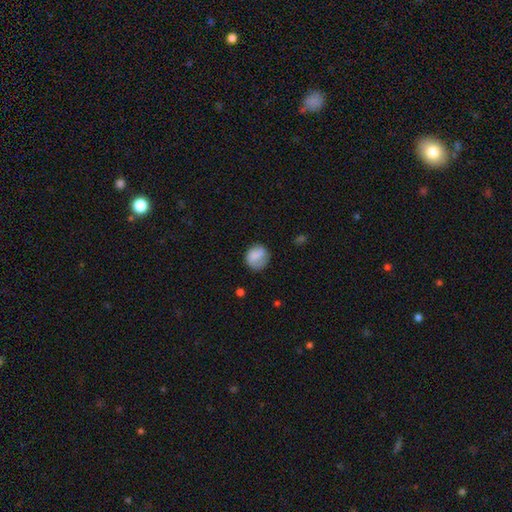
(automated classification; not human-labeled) A smooth galaxy with no disk features (74%) that is round (67%). Merging: none (59%).